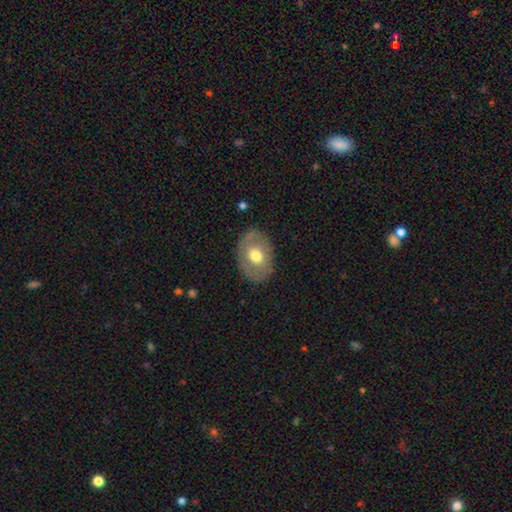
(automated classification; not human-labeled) The model was most divided on "smooth or featured": smooth: 57%, featured or disk: 37%, star or artifact: 6%. More confident: merging — none (81%); how rounded — in between (72%).